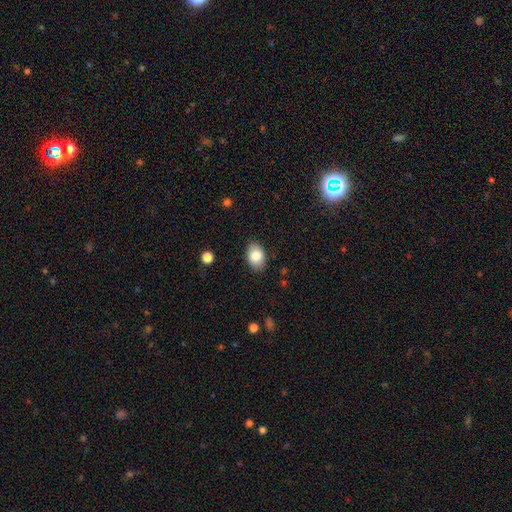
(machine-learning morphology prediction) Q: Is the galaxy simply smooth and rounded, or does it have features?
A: smooth — 84%.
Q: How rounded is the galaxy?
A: in between — 84%.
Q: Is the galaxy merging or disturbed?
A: none — 86%.